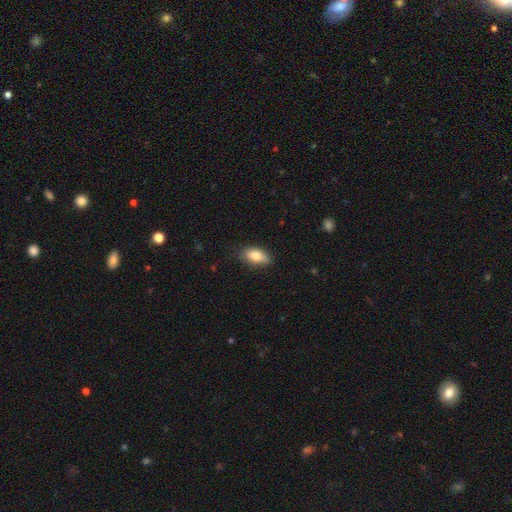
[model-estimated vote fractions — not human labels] Morphology: type=smooth (80%); roundness=in between (88%); merging=none (77%).